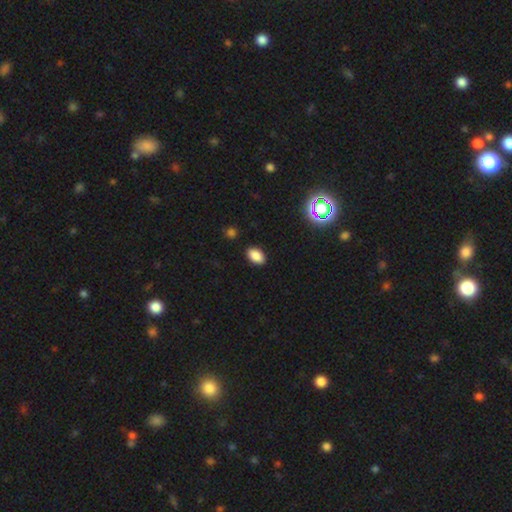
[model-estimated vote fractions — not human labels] A smooth galaxy with no disk features (85%) that is in between round and cigar-shaped (91%). Merging: none (89%).